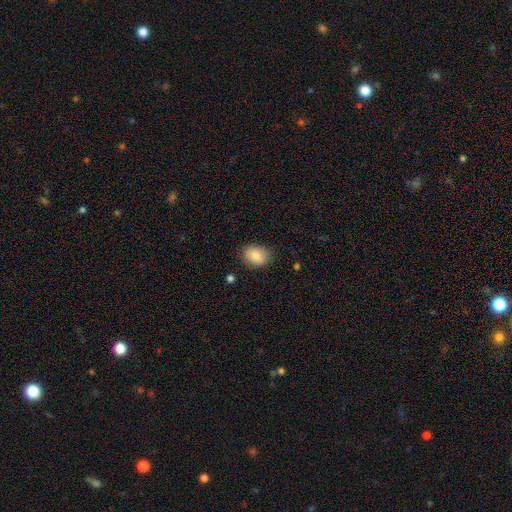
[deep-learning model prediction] smooth-or-featured: smooth: 81% | featured or disk: 11% | star or artifact: 8%
  how-rounded: in between: 58% | round: 41% | cigar-shaped: 1%
  merging: none: 82% | minor disturbance: 14% | major disturbance: 3% | merger: 1%